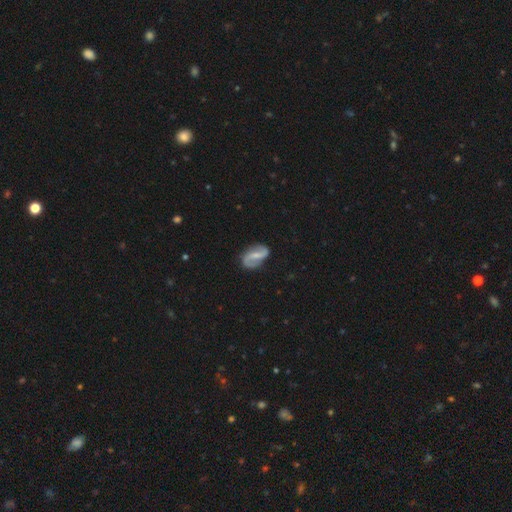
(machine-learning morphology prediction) A featured or disk galaxy (81%) with a weak bar (46%), 2 (91%) loose (51%) spiral arms (94%) and a small central bulge (49%).

Vote fractions:
- Smooth or featured? featured or disk: 81% / smooth: 14% / star or artifact: 5%
- Edge-on disk? no: 97% / yes: 3%
- Bar? weak: 46% / strong: 33% / no: 21%
- Spiral arms? yes: 94% / no: 6%
- Spiral winding? loose: 51% / medium: 37% / tight: 13%
- Spiral arm count? 2: 91% / can't tell: 3% / 1: 3% / 3: 1% / 4: 1% / more than 4: 1%
- Bulge size? small: 49% / moderate: 29% / none: 18% / large: 2% / dominant: 1%
- Merging? none: 78% / minor disturbance: 15% / major disturbance: 5% / merger: 2%